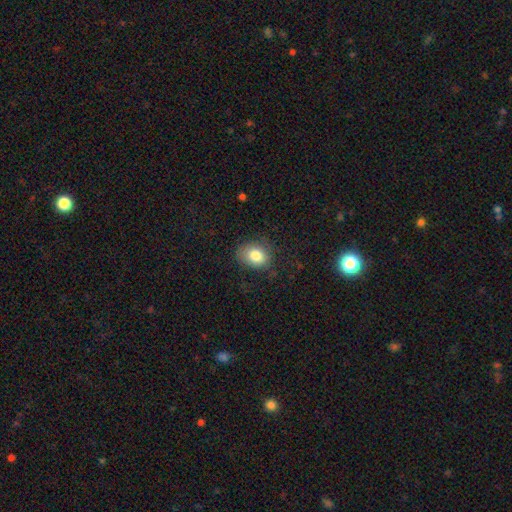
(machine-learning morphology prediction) smooth_or_featured: smooth (p=0.82) [alt: star or artifact p=0.09]
how_rounded: in between (p=0.55) [alt: round p=0.44]
merging: none (p=0.74) [alt: minor disturbance p=0.19]